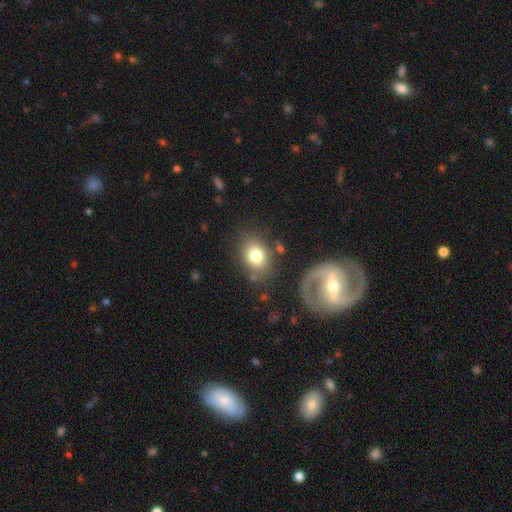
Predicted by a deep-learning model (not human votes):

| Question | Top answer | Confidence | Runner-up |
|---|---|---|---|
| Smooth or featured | smooth | 77% | featured or disk (14%) |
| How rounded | in between | 61% | round (38%) |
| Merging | none | 72% | minor disturbance (14%) |